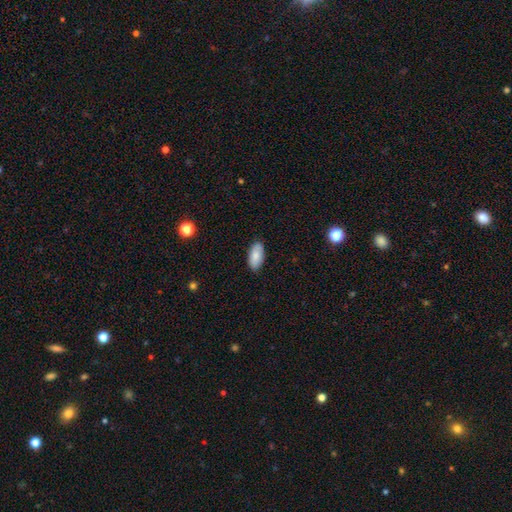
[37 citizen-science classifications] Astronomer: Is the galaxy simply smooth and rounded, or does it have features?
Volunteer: smooth — 73%.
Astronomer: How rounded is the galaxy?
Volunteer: in between — 100%.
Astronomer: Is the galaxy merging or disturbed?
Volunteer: none — 80%.